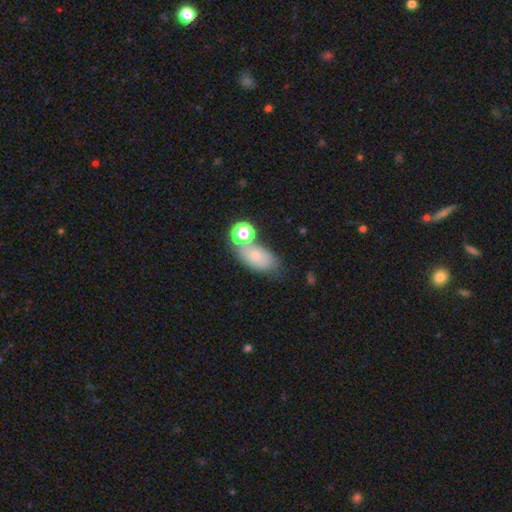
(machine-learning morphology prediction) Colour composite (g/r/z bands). It shows a smooth galaxy with no disk features (71%) that is in between round and cigar-shaped (84%). Merging: none (42%).